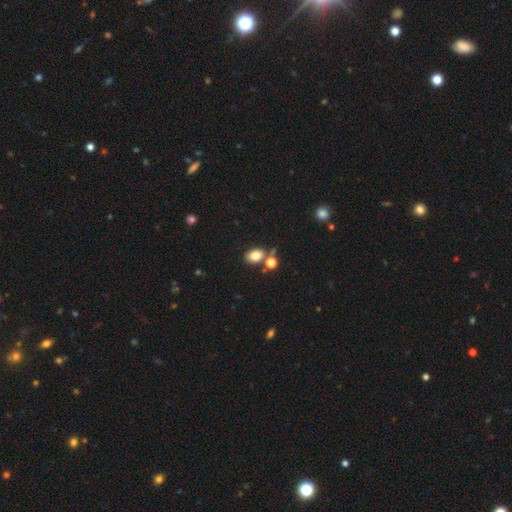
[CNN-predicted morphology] Q: Smooth or featured?
A: smooth (80%); runner-up: star or artifact (11%)
Q: How rounded?
A: in between (73%); runner-up: round (26%)
Q: Merging?
A: none (64%); runner-up: merger (21%)